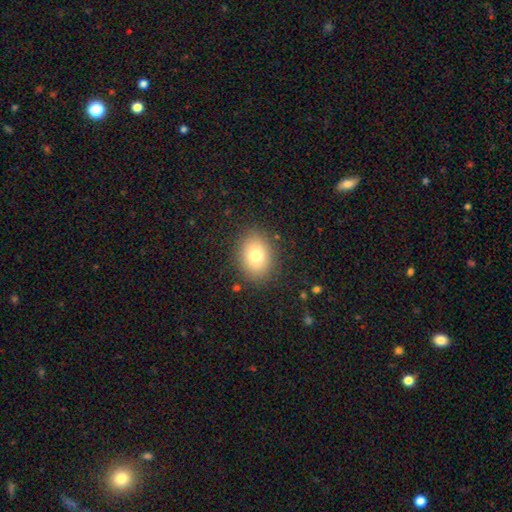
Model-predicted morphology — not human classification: smooth_or_featured: smooth (p=0.77) [alt: featured or disk p=0.12]
how_rounded: in between (p=0.59) [alt: round p=0.40]
merging: none (p=0.86) [alt: minor disturbance p=0.09]